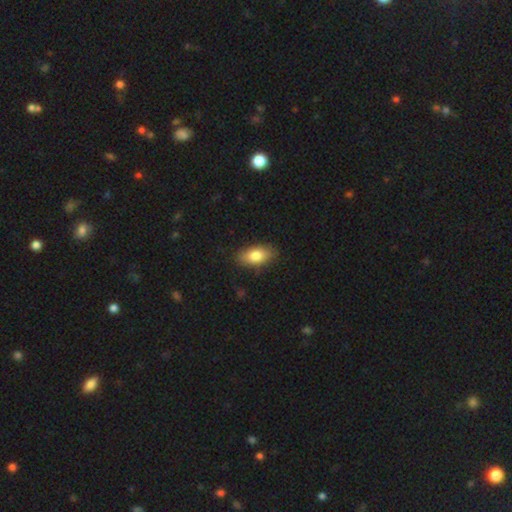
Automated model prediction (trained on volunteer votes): Overall: smooth (81%). How rounded: in between (90%). Merging: none (85%).